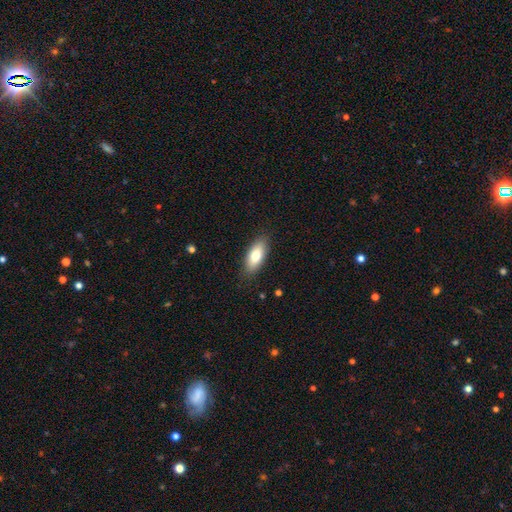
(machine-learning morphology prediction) Smooth or featured? smooth (77%)
How rounded? in between (80%)
Merging? none (86%)